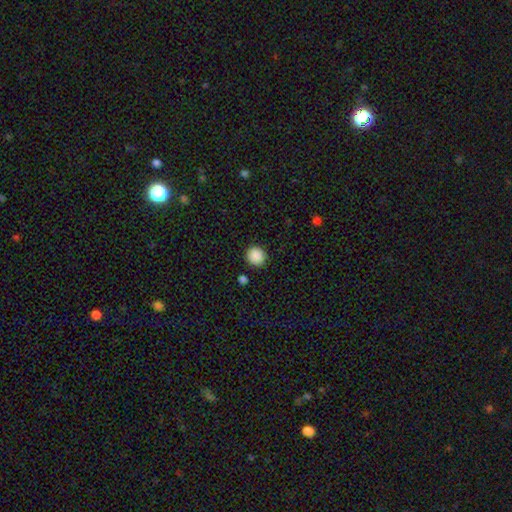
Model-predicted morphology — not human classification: Smooth or featured? Predicted: smooth (p=0.89). How rounded? Predicted: round (p=0.92). Merging? Predicted: none (p=0.90).